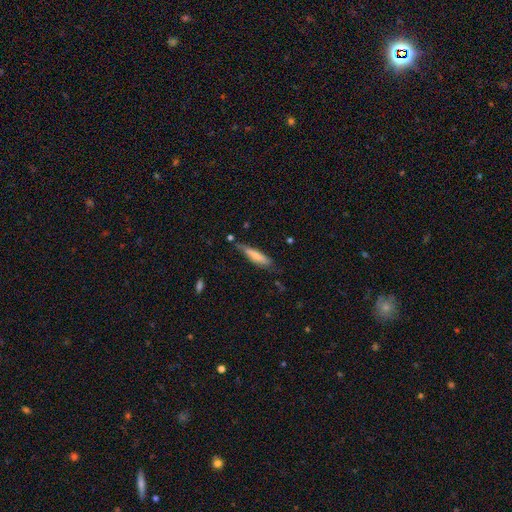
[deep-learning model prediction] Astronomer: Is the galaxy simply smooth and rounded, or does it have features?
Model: smooth — 67%.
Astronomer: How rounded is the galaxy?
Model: cigar-shaped — 79%.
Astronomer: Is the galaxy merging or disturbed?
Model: none — 58%.